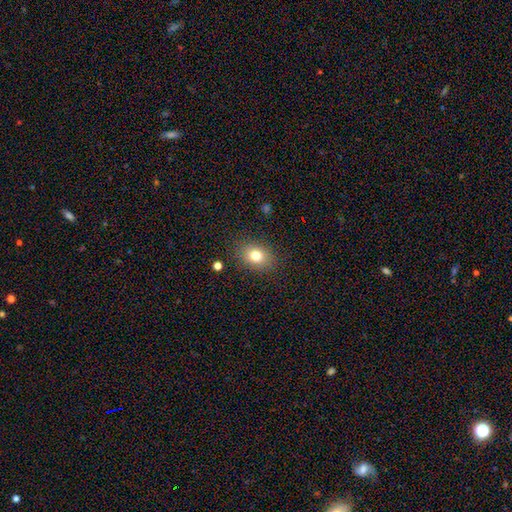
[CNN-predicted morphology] smooth_or_featured: smooth (p=0.78) [alt: star or artifact p=0.12]
how_rounded: in between (p=0.62) [alt: round p=0.37]
merging: none (p=0.85) [alt: minor disturbance p=0.10]